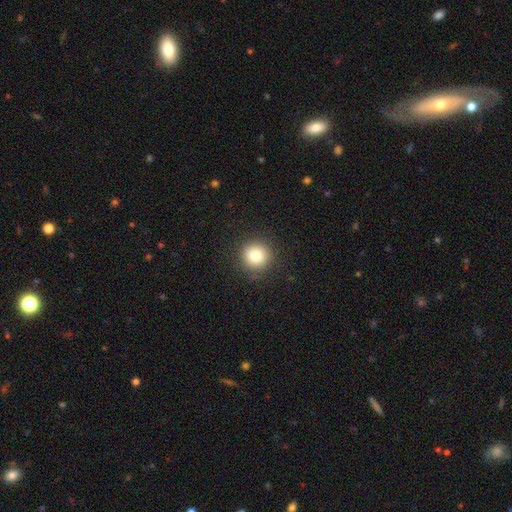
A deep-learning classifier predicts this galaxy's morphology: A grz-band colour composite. It shows a smooth galaxy with no disk features (81%) that is round (94%). Merging: none (89%).